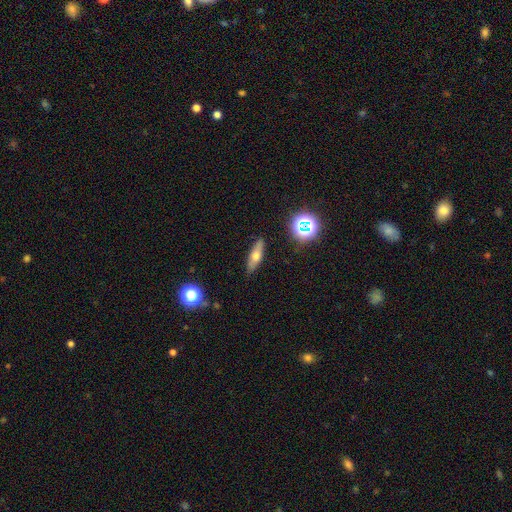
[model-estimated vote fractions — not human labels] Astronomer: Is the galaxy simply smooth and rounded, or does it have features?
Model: smooth — 55% (runner-up: featured or disk, 34%).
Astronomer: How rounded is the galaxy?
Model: cigar-shaped — 53% (runner-up: in between, 42%).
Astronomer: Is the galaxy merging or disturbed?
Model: none — 86%.